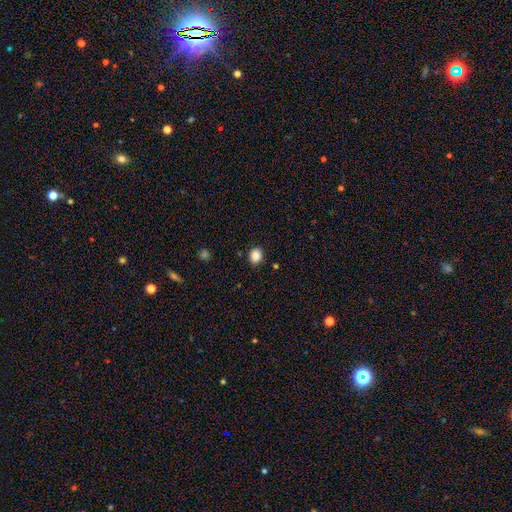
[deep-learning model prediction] Smooth or featured? smooth (87%)
How rounded? round (50%)
Merging? none (88%)